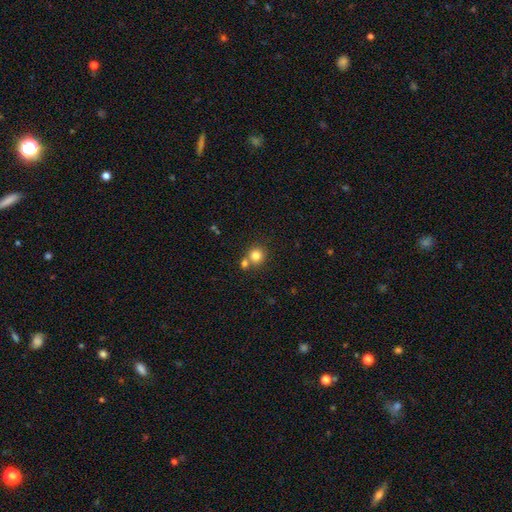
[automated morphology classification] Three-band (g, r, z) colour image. It shows a smooth galaxy with no disk features (81%) that is round (90%). Merging: none (60%).